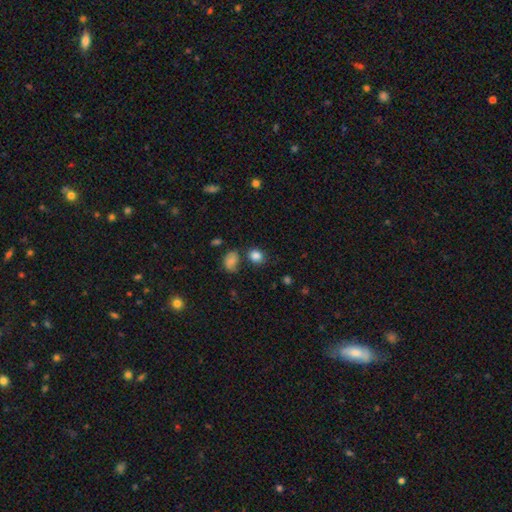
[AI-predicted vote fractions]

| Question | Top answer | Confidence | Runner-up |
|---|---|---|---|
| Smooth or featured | smooth | 84% | star or artifact (11%) |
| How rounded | round | 56% | in between (43%) |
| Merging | none | 69% | minor disturbance (15%) |